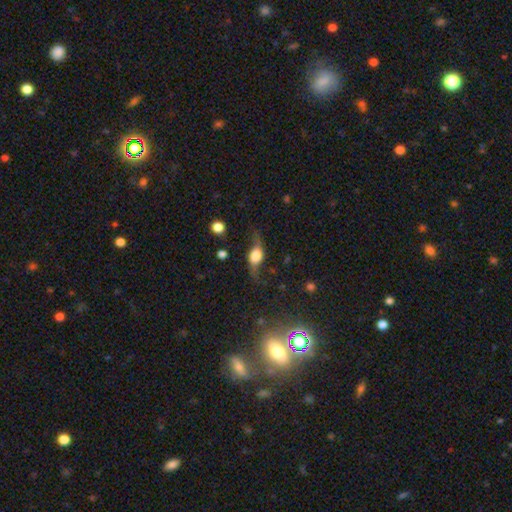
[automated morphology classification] Q: Smooth or featured?
A: featured or disk (58%); runner-up: smooth (33%)
Q: Edge-on disk?
A: no (62%); runner-up: yes (38%)
Q: Merging?
A: none (60%); runner-up: minor disturbance (23%)